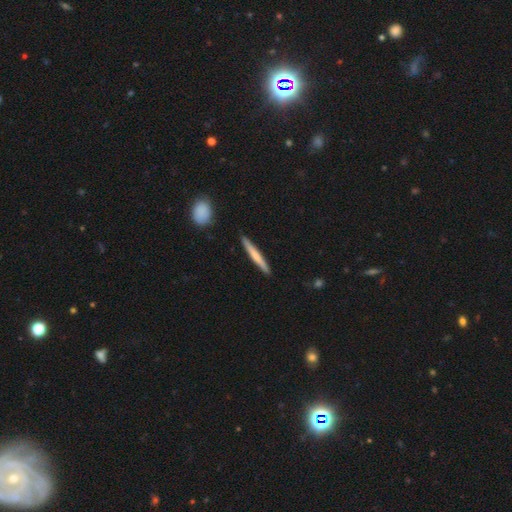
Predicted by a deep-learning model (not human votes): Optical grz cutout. It shows a smooth galaxy with no disk features (57%) that is cigar-shaped (96%). Merging: none (90%).